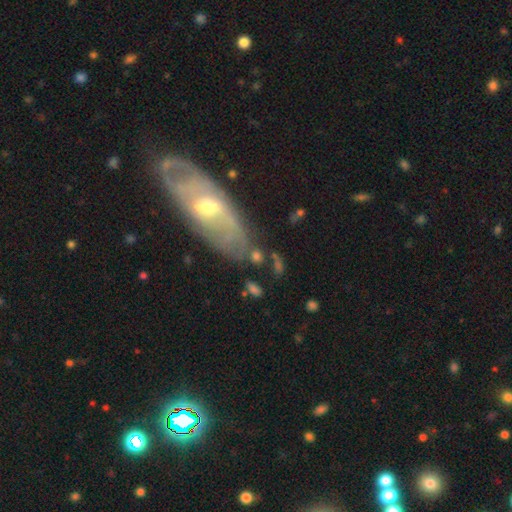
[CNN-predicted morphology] type=featured or disk (49%); merging=none (61%).